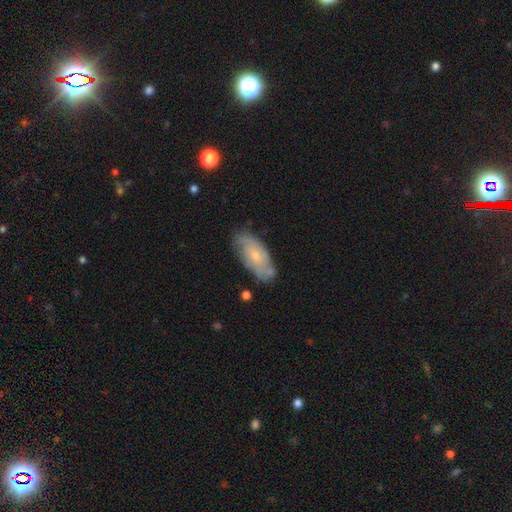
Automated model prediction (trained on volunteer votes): A featured or disk galaxy (54%).

Vote fractions:
- Smooth or featured? featured or disk: 54% / smooth: 40% / star or artifact: 7%
- Edge-on disk? no: 89% / yes: 11%
- Merging? none: 70% / minor disturbance: 21% / major disturbance: 5% / merger: 3%